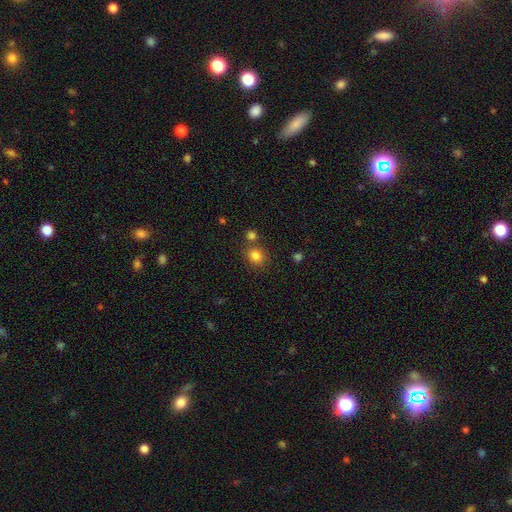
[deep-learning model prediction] Smooth or featured?
  - smooth: 82% *
  - star or artifact: 13%
  - featured or disk: 6%
How rounded?
  - round: 71% *
  - in between: 28%
  - cigar-shaped: 1%
Merging?
  - none: 70% *
  - merger: 17%
  - minor disturbance: 10%
  - major disturbance: 3%